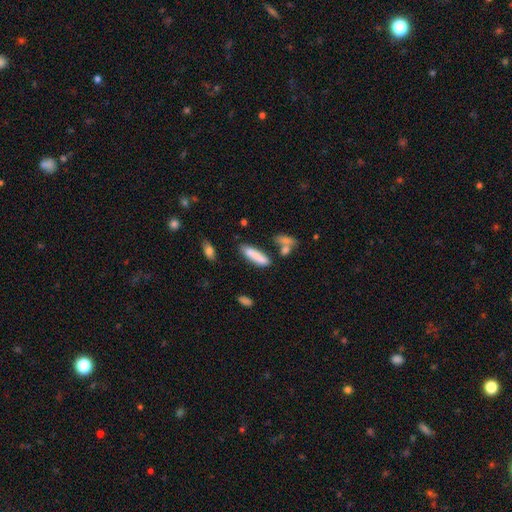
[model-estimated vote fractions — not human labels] A smooth galaxy with no disk features (81%) that is cigar-shaped (64%).

Vote fractions:
- Smooth or featured? smooth: 81% / featured or disk: 11% / star or artifact: 8%
- How rounded? cigar-shaped: 64% / in between: 34% / round: 2%
- Merging? none: 67% / minor disturbance: 16% / merger: 12% / major disturbance: 5%